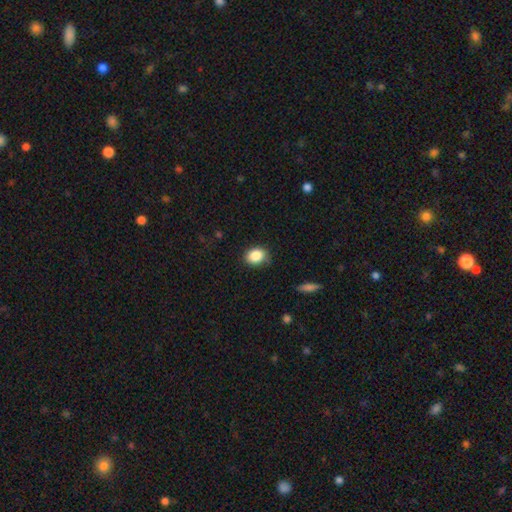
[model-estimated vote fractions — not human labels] A smooth galaxy with no disk features (86%) that is in between round and cigar-shaped (55%). Merging: none (76%).